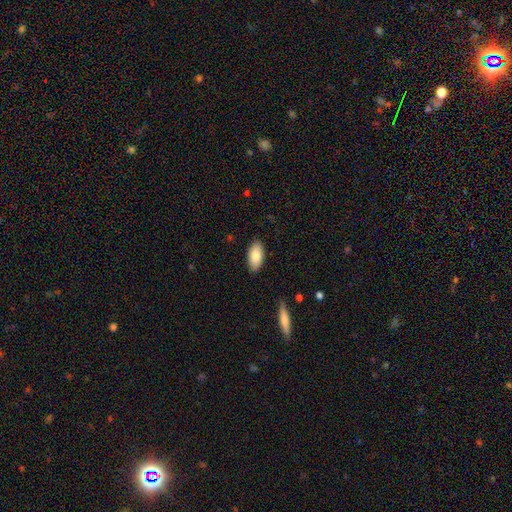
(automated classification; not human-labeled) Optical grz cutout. It shows a smooth galaxy with no disk features (83%) that is in between round and cigar-shaped (93%). Merging: none (87%).